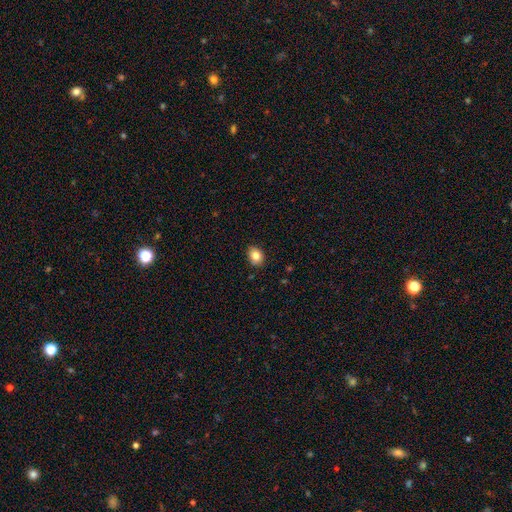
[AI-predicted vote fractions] Overall: smooth (83%). How rounded: in between (56%; round 43%). Merging: none (86%).